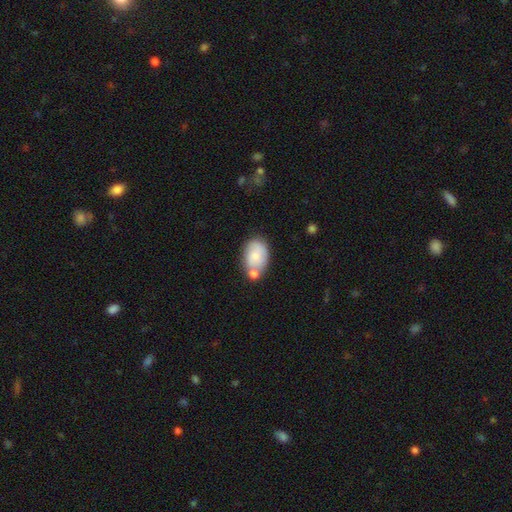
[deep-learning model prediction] This is likely a smooth galaxy (72%). How rounded: clearly in between (87%). Merging: marginally none (45%).